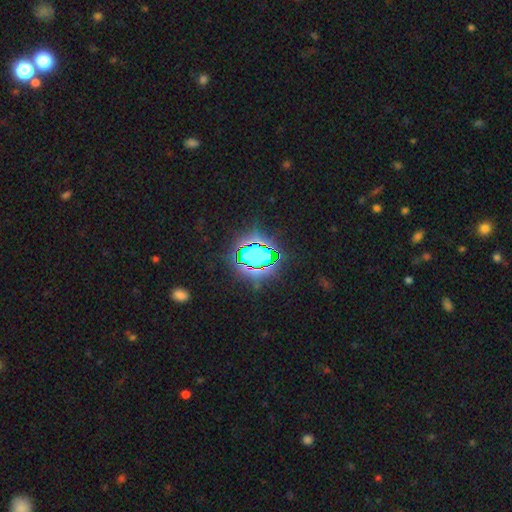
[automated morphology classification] smooth-or-featured: star or artifact: 69% | smooth: 20% | featured or disk: 11%